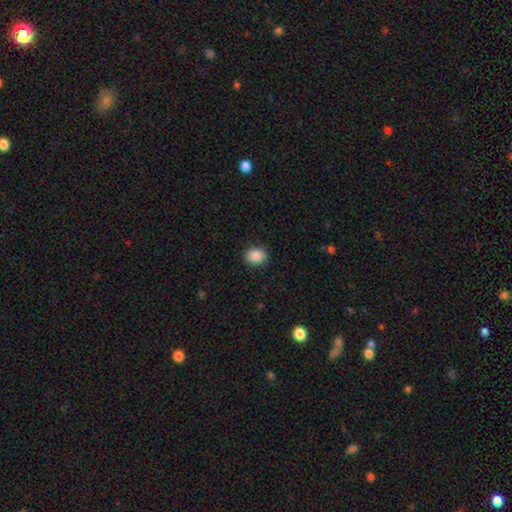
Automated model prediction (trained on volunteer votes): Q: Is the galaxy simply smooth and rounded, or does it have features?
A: smooth — 87%.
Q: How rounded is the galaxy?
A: round — 58%.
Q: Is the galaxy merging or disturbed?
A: none — 89%.